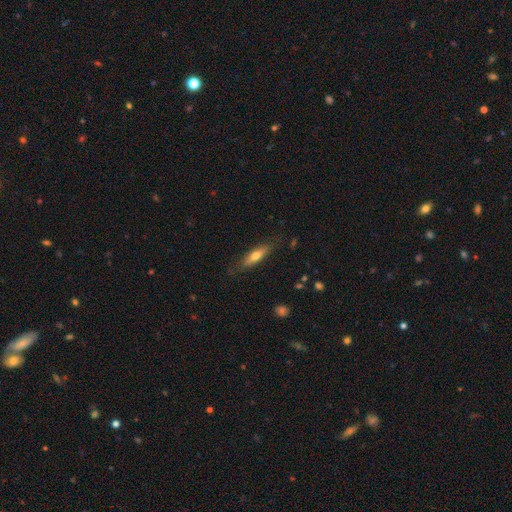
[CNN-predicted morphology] A smooth galaxy with no disk features (60%) that is cigar-shaped (63%).

Vote fractions:
- Smooth or featured? smooth: 60% / featured or disk: 34% / star or artifact: 6%
- How rounded? cigar-shaped: 63% / in between: 34% / round: 2%
- Merging? none: 78% / minor disturbance: 16% / major disturbance: 4% / merger: 1%